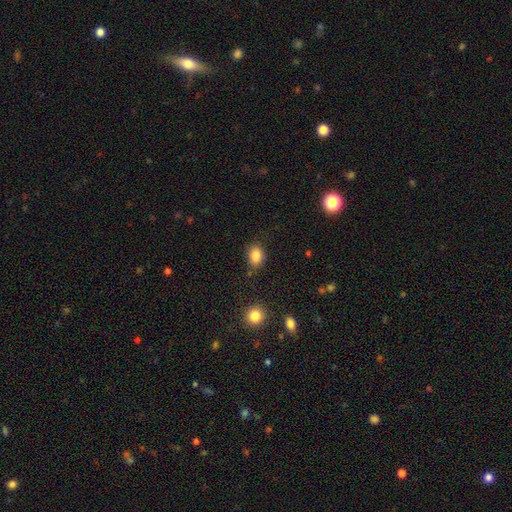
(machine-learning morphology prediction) A smooth galaxy with no disk features (86%) that is in between round and cigar-shaped (69%).

Vote fractions:
- Smooth or featured? smooth: 86% / star or artifact: 10% / featured or disk: 5%
- How rounded? in between: 69% / round: 29% / cigar-shaped: 1%
- Merging? none: 78% / minor disturbance: 15% / major disturbance: 4% / merger: 3%